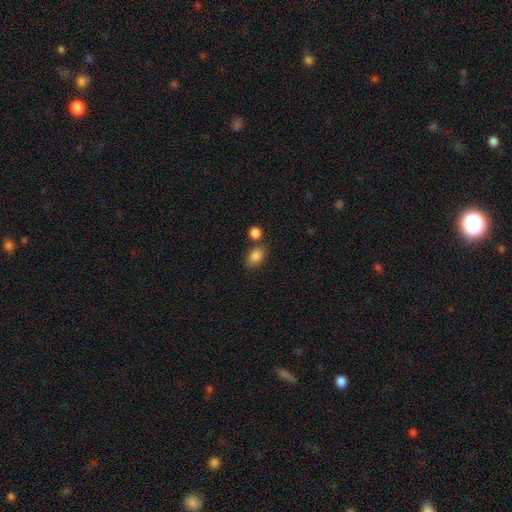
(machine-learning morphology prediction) Smooth or featured? smooth (86%)
How rounded? in between (80%)
Merging? none (65%)